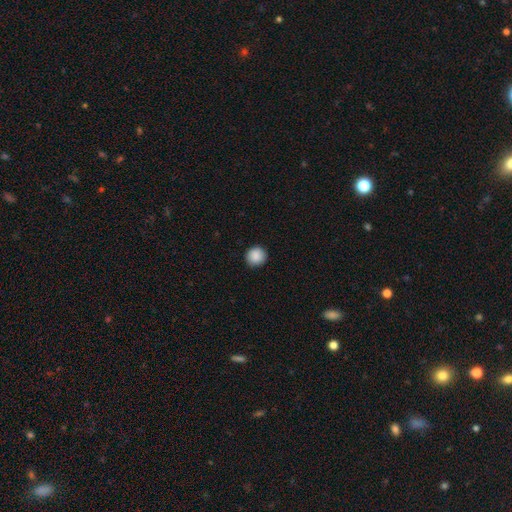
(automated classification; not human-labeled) Q: Smooth or featured?
A: smooth (89%); runner-up: star or artifact (8%)
Q: How rounded?
A: round (92%); runner-up: in between (7%)
Q: Merging?
A: none (91%); runner-up: minor disturbance (7%)